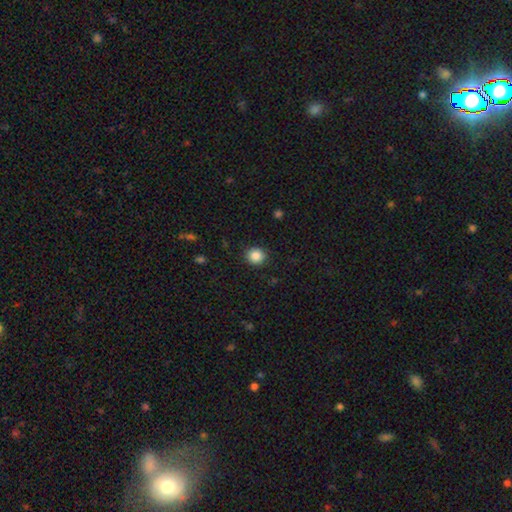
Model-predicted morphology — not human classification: A smooth galaxy with no disk features (87%) that is round (88%).

Vote fractions:
- Smooth or featured? smooth: 87% / star or artifact: 10% / featured or disk: 3%
- How rounded? round: 88% / in between: 11% / cigar-shaped: 1%
- Merging? none: 90% / minor disturbance: 7% / major disturbance: 2% / merger: 1%